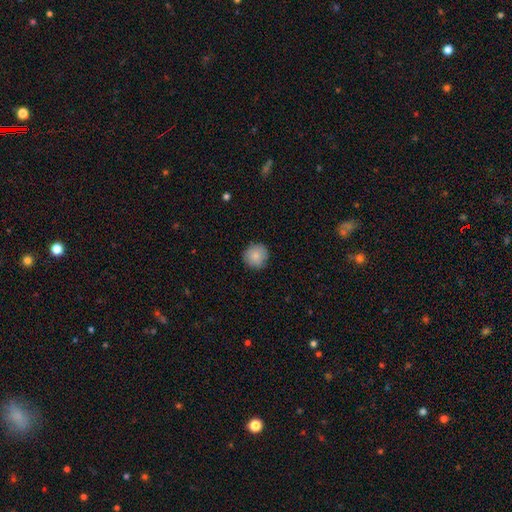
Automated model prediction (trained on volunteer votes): Overall: smooth (86%). How rounded: round (94%). Merging: none (89%).